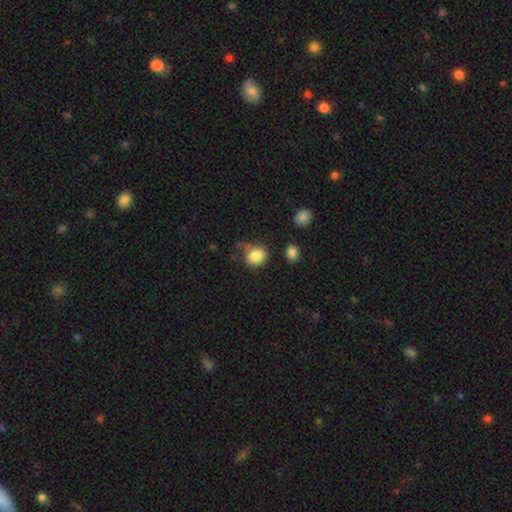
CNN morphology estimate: Overall: smooth (85%). How rounded: round (68%; in between 31%). Merging: none (63%).